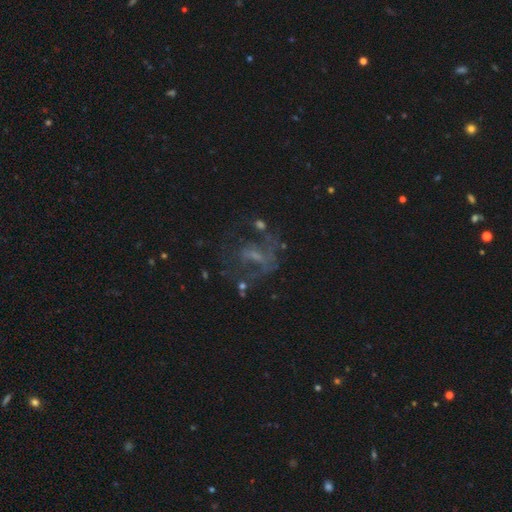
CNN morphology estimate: This is likely a featured or disk galaxy (61%). It is clearly not viewed edge-on (97%). Bar: possibly no (48%). Spiral arm pattern: possibly no (50%, tied with yes). Central bulge: marginally none (40%). Merging: marginally none (42%).